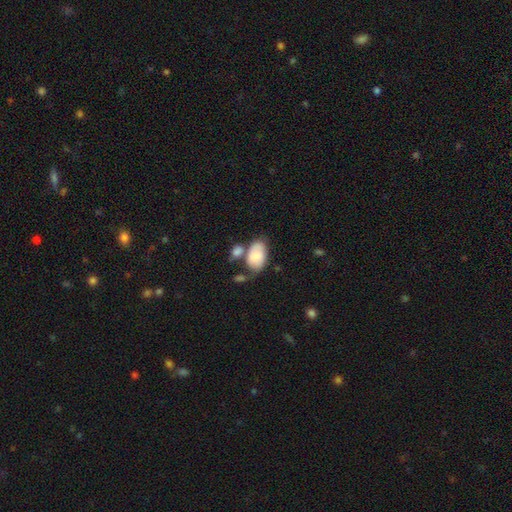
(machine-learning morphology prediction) The model was most divided on "merging": none: 39%, merger: 31%, minor disturbance: 21%, major disturbance: 9%. More confident: how rounded — in between (92%); smooth or featured — smooth (79%).